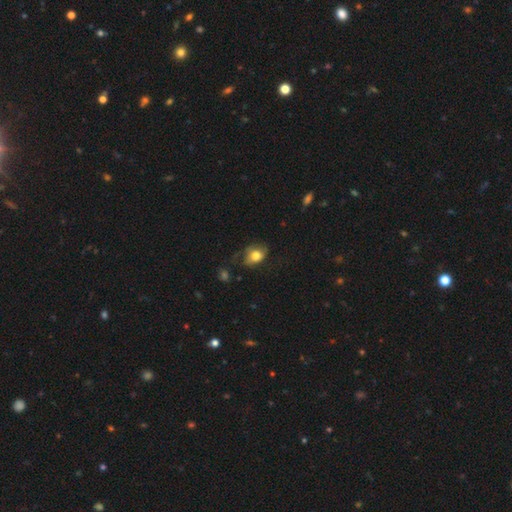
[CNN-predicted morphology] This is likely a smooth galaxy (74%). How rounded: likely in between (65%). Merging: possibly none (47%).